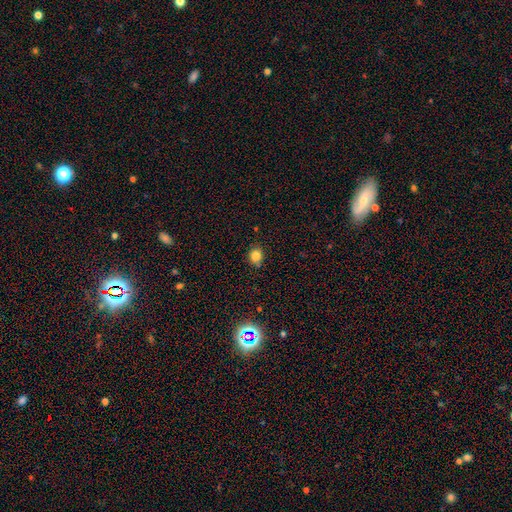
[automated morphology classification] A smooth galaxy with no disk features (81%) that is round (72%). Merging: none (82%).